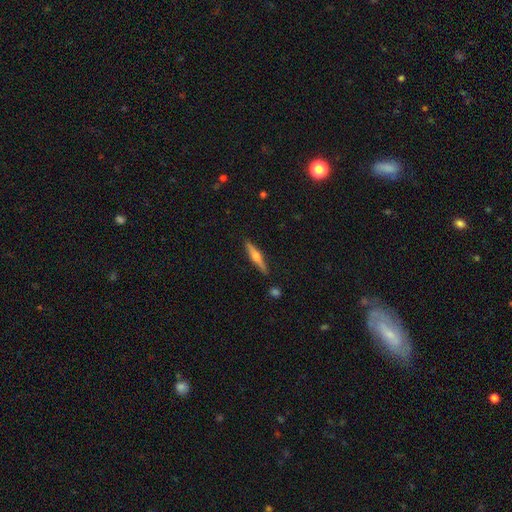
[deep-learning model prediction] A featured or disk galaxy (60%) viewed edge-on (97%) with a rounded central bulge (84%).

Vote fractions:
- Smooth or featured? featured or disk: 60% / smooth: 34% / star or artifact: 6%
- Edge-on disk? yes: 97% / no: 3%
- Edge-on bulge? rounded: 84% / boxy: 9% / none: 7%
- Merging? none: 89% / minor disturbance: 8% / merger: 2% / major disturbance: 2%